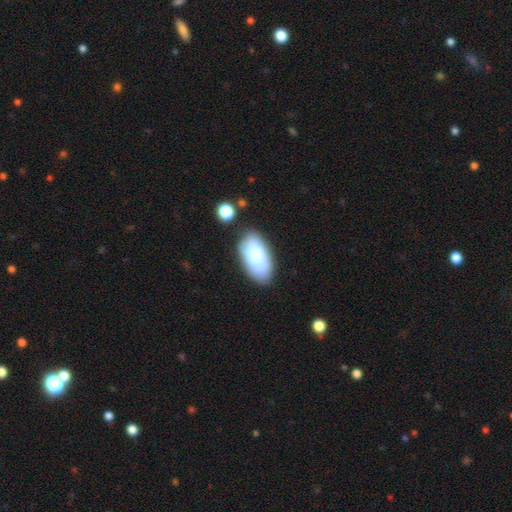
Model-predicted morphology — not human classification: Smooth or featured? Predicted: smooth (p=0.81). How rounded? Predicted: in between (p=0.95). Merging? Predicted: none (p=0.73).